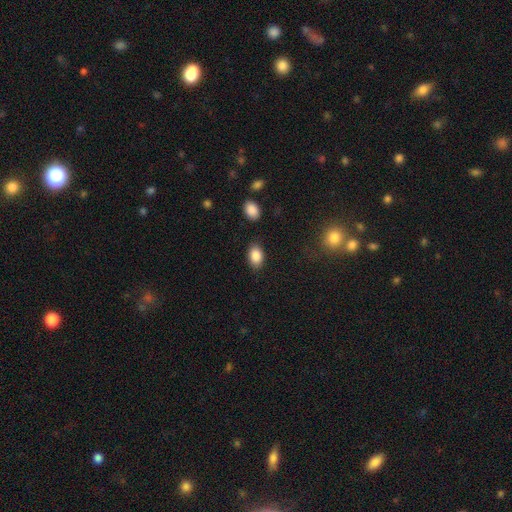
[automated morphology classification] A smooth galaxy with no disk features (87%) that is in between round and cigar-shaped (84%).

Vote fractions:
- Smooth or featured? smooth: 87% / star or artifact: 8% / featured or disk: 5%
- How rounded? in between: 84% / round: 14% / cigar-shaped: 1%
- Merging? none: 83% / minor disturbance: 12% / major disturbance: 3% / merger: 3%